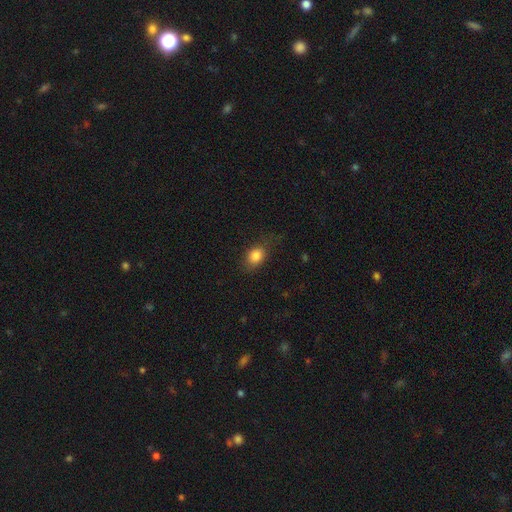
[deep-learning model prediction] smooth 84%, star or artifact 9%, featured or disk 7%. Down the decision tree: how rounded — in between (60%); merging — none (72%).